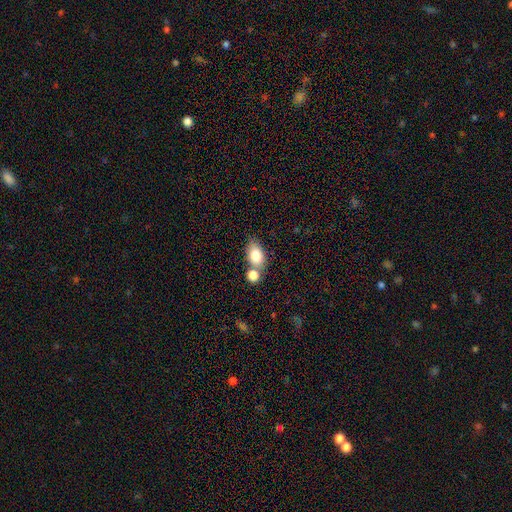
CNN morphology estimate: smooth_or_featured: smooth (p=0.80) [alt: featured or disk p=0.12]
how_rounded: in between (p=0.83) [alt: round p=0.15]
merging: none (p=0.47) [alt: merger p=0.37]